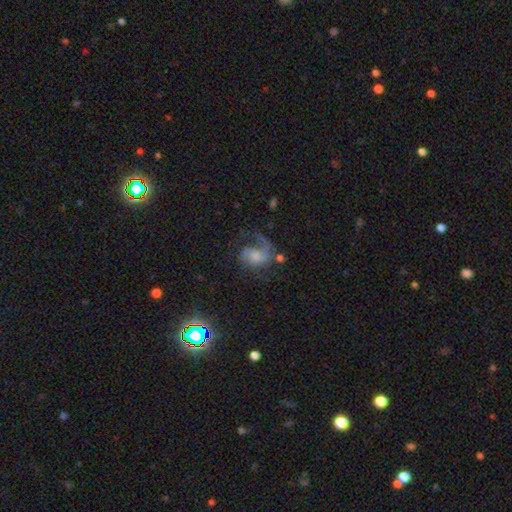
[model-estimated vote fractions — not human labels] Smooth or featured?
  - featured or disk: 72% *
  - smooth: 14%
  - star or artifact: 14%
Edge-on disk?
  - no: 98% *
  - yes: 2%
Bar?
  - no: 61% *
  - weak: 32%
  - strong: 7%
Spiral arms?
  - yes: 92% *
  - no: 8%
Spiral winding?
  - medium: 45% *
  - loose: 39%
  - tight: 16%
Spiral arm count?
  - 1: 50% *
  - 2: 38%
  - can't tell: 7%
  - 3: 2%
  - 4: 1%
  - more than 4: 1%
Bulge size?
  - moderate: 39% * (tied)
  - small: 39% * (tied)
  - none: 11%
  - large: 9%
  - dominant: 2%
Merging?
  - none: 49% *
  - major disturbance: 29%
  - minor disturbance: 18%
  - merger: 4%